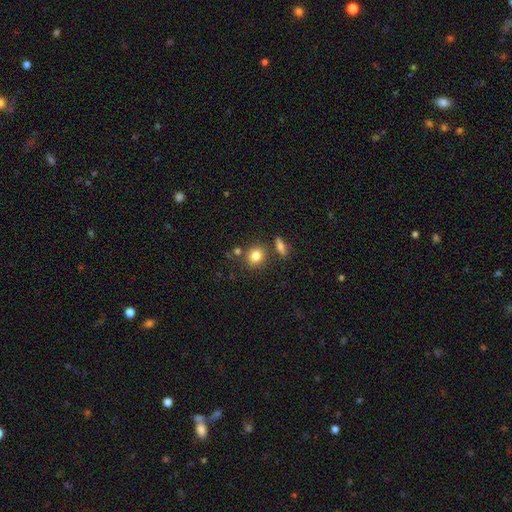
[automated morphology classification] This appears to be a smooth galaxy with no disk features (82%) that is round (76%). Merging: none (75%).